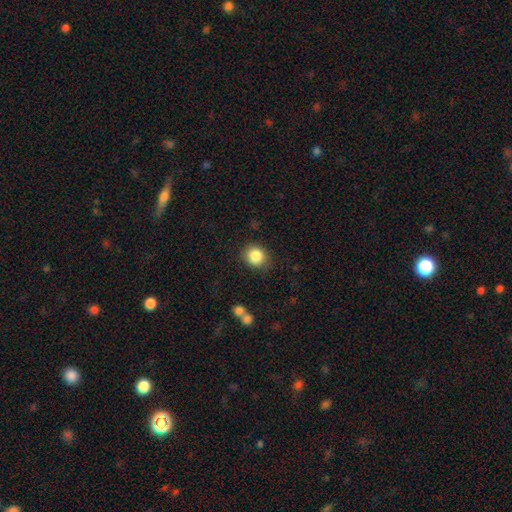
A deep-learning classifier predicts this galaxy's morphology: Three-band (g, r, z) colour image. It shows a smooth galaxy with no disk features (85%) that is round (75%). Merging: none (81%).